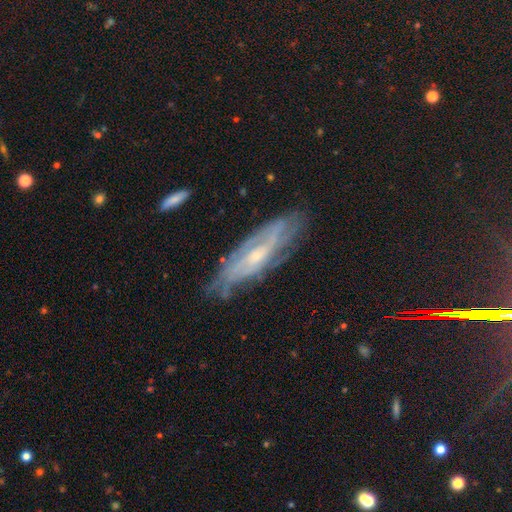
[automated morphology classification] The model was most divided on "bar": no: 54%, weak: 35%, strong: 10%. More confident: spiral arms — yes (87%); smooth or featured — featured or disk (76%); merging — none (73%); edge-on disk — no (71%); bulge size — small (66%).